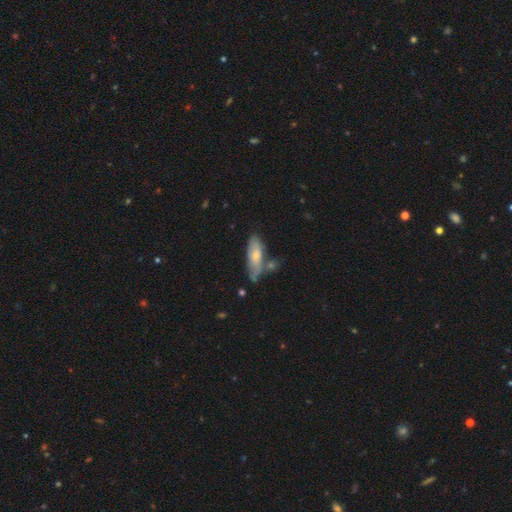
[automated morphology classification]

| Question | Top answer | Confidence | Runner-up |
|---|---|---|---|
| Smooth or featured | smooth | 63% | featured or disk (31%) |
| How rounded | in between | 66% | cigar-shaped (32%) |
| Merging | none | 53% | minor disturbance (24%) |